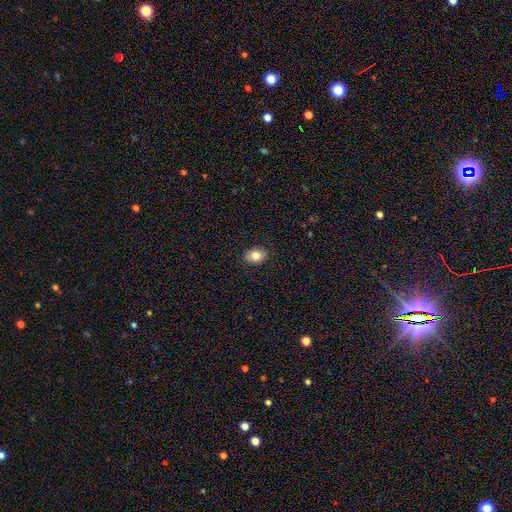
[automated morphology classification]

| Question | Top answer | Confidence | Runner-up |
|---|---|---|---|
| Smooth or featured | smooth | 81% | featured or disk (10%) |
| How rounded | in between | 68% | round (31%) |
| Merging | none | 88% | minor disturbance (9%) |